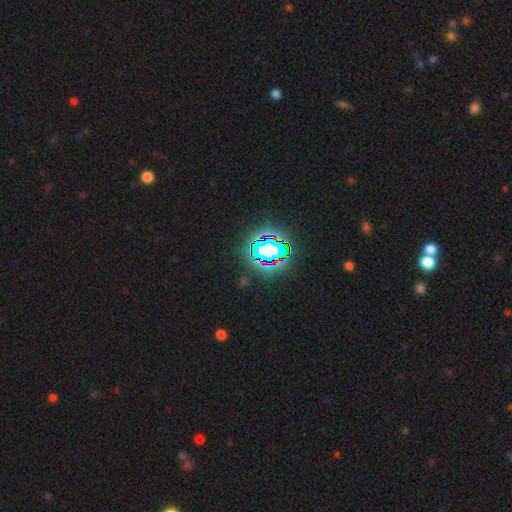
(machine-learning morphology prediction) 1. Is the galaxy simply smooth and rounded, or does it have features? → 81% star or artifact, 12% smooth, 7% featured or disk.